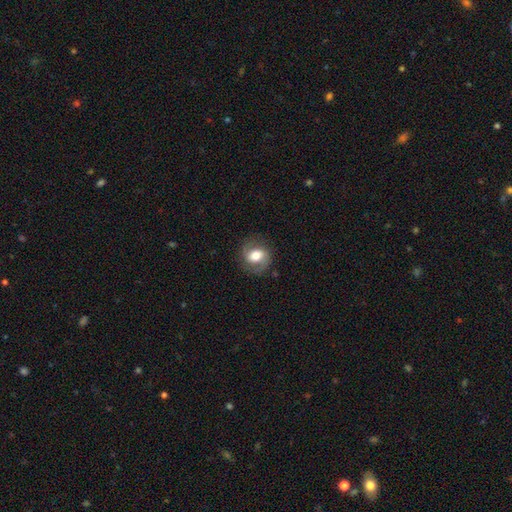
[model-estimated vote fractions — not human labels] The model was most divided on "smooth or featured": featured or disk: 51%, smooth: 41%, star or artifact: 8%. More confident: edge-on disk — no (96%); merging — none (78%).